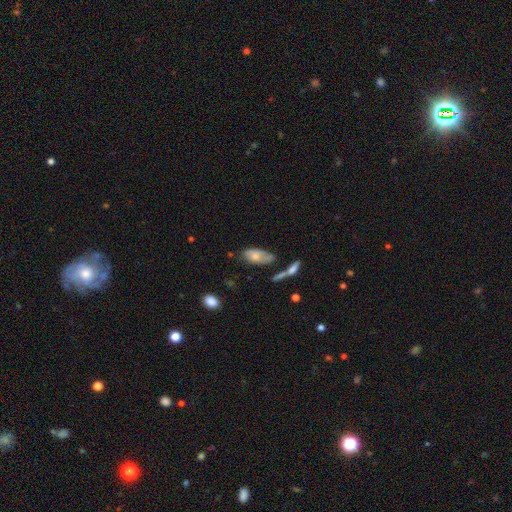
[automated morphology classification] Smooth or featured? smooth (66%)
How rounded? in between (87%)
Merging? none (45%)